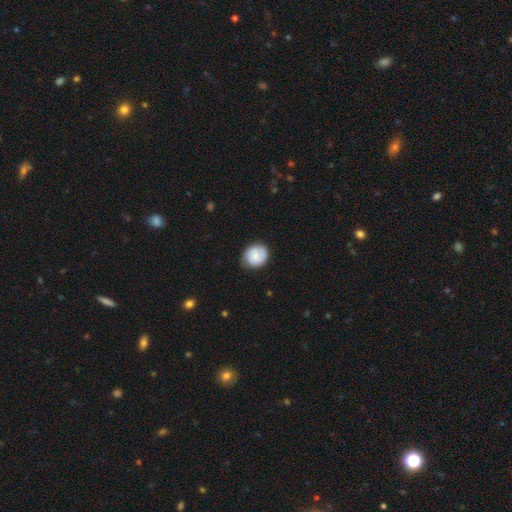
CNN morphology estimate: A smooth galaxy with no disk features (64%) that is round (75%).

Vote fractions:
- Smooth or featured? smooth: 64% / featured or disk: 29% / star or artifact: 7%
- How rounded? round: 75% / in between: 24% / cigar-shaped: 1%
- Merging? none: 77% / minor disturbance: 18% / major disturbance: 4% / merger: 1%